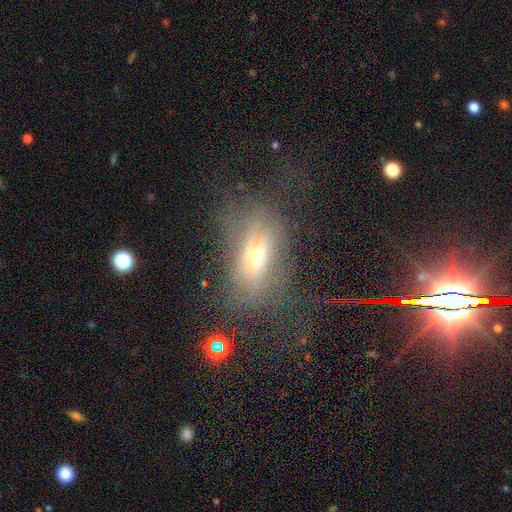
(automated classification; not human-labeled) Smooth or featured: smooth — 45% (featured or disk — 40%)
Merging: none — 47% (major disturbance — 28%)